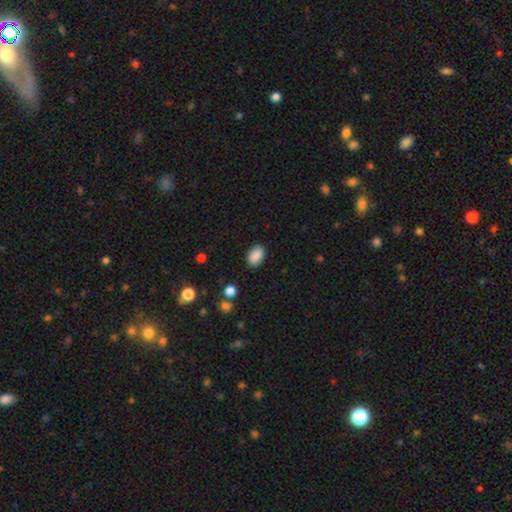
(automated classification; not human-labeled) Q: Smooth or featured?
A: smooth (89%); runner-up: star or artifact (8%)
Q: How rounded?
A: in between (87%); runner-up: round (12%)
Q: Merging?
A: none (87%); runner-up: minor disturbance (10%)